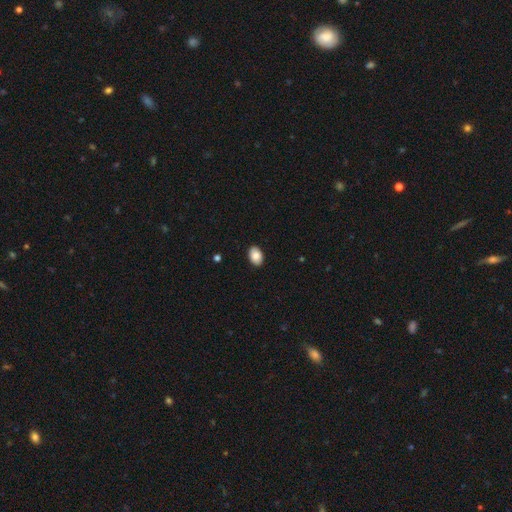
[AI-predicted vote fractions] Overall: smooth (88%). How rounded: in between (86%). Merging: none (90%).